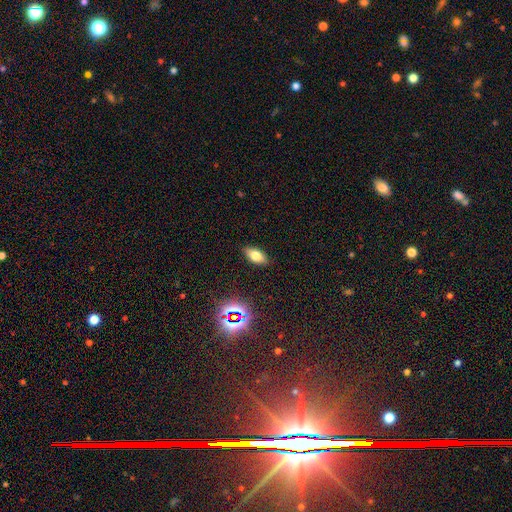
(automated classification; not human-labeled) smooth_or_featured: smooth (p=0.70) [alt: featured or disk p=0.16]
how_rounded: in between (p=0.88) [alt: cigar-shaped p=0.07]
merging: none (p=0.87) [alt: minor disturbance p=0.09]